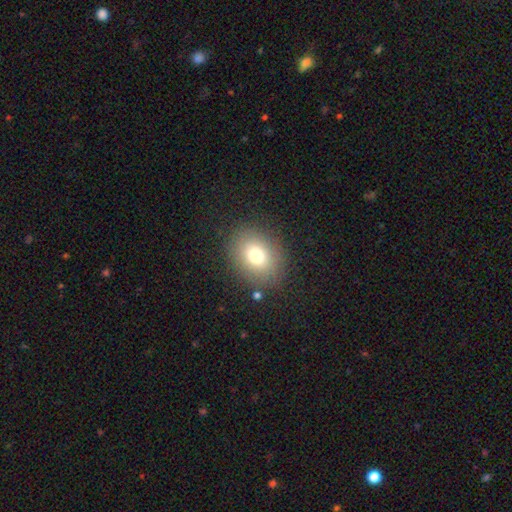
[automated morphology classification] This appears to be a smooth galaxy with no disk features (74%) that is in between round and cigar-shaped (50%). Merging: none (83%).